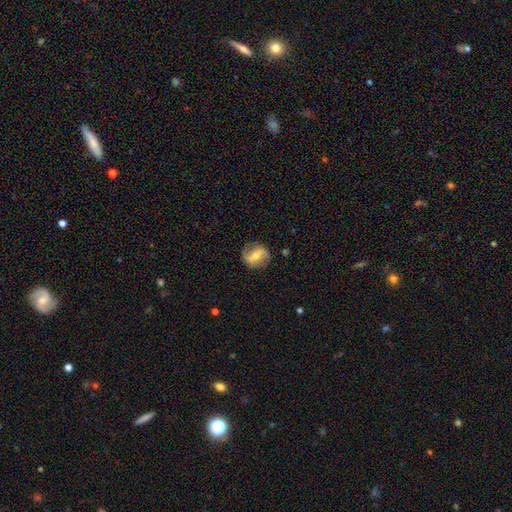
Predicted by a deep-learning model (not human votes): Smooth or featured? Predicted: featured or disk (p=0.62). Edge-on disk? Predicted: no (p=0.95). Bar? Predicted: weak (p=0.37, tied with strong). Spiral arms? Predicted: yes (p=0.83). Bulge size? Predicted: moderate (p=0.50). Merging? Predicted: none (p=0.78).